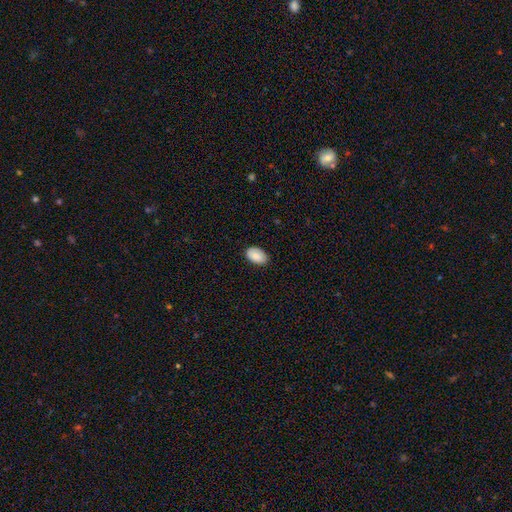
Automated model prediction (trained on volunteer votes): Q: Smooth or featured?
A: smooth (88%); runner-up: star or artifact (7%)
Q: How rounded?
A: in between (91%); runner-up: round (8%)
Q: Merging?
A: none (85%); runner-up: minor disturbance (12%)